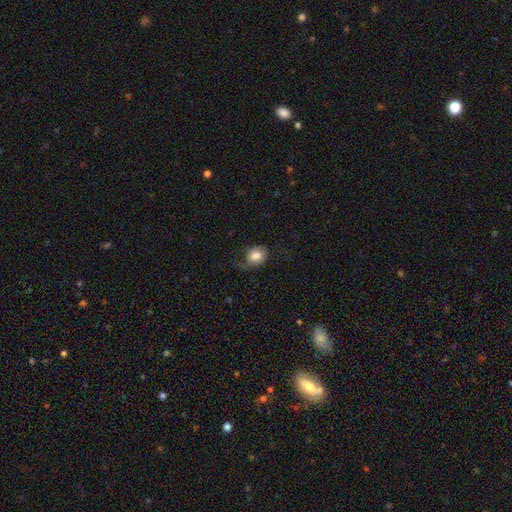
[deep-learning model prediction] A smooth galaxy with no disk features (75%) that is in between round and cigar-shaped (55%). Merging: none (52%).